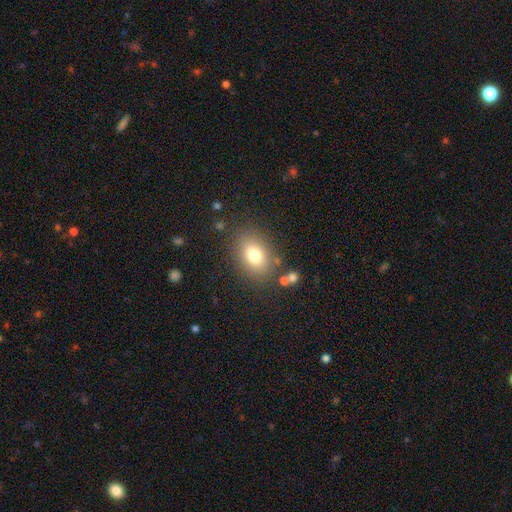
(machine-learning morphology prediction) A smooth galaxy with no disk features (74%) that is in between round and cigar-shaped (69%).

Vote fractions:
- Smooth or featured? smooth: 74% / star or artifact: 15% / featured or disk: 11%
- How rounded? in between: 69% / round: 30% / cigar-shaped: 1%
- Merging? none: 81% / minor disturbance: 10% / merger: 6% / major disturbance: 3%